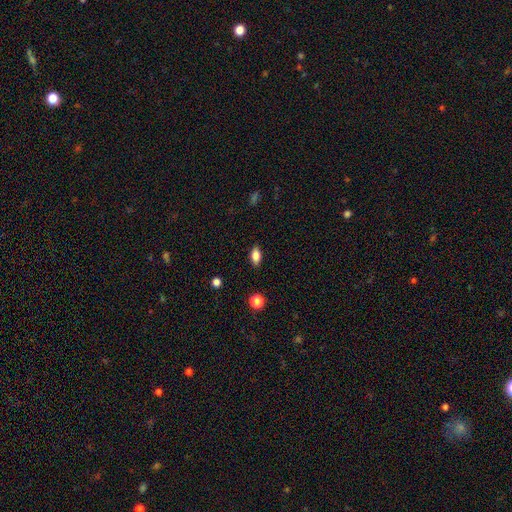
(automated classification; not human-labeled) The model was most divided on "smooth or featured": smooth: 83%, star or artifact: 9%, featured or disk: 8%. More confident: merging — none (87%); how rounded — in between (87%).